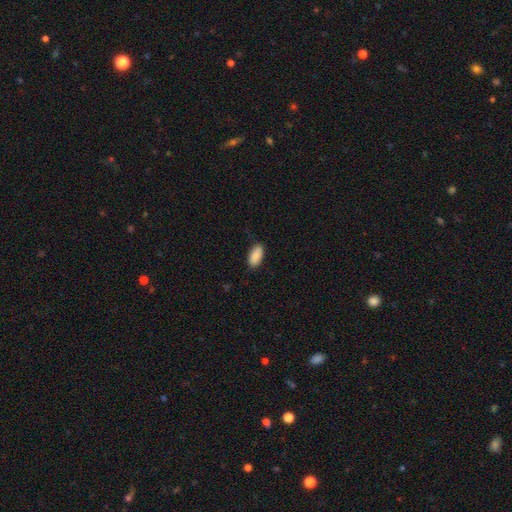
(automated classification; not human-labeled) smooth_or_featured: smooth (p=0.89) [alt: star or artifact p=0.06]
how_rounded: in between (p=0.92) [alt: cigar-shaped p=0.05]
merging: none (p=0.84) [alt: minor disturbance p=0.13]